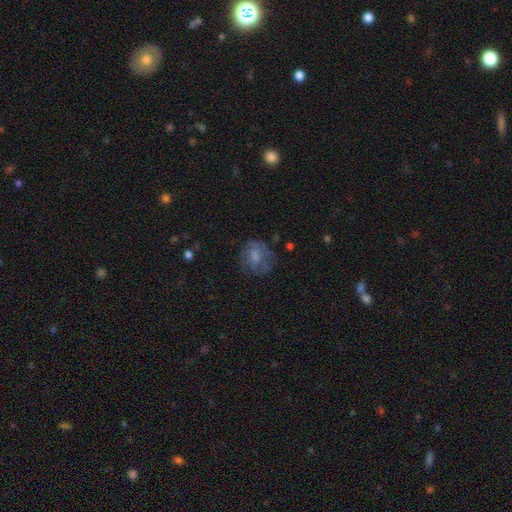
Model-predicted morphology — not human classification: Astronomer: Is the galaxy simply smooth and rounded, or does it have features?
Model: smooth — 52% (runner-up: featured or disk, 38%).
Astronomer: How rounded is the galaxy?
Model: round — 65%.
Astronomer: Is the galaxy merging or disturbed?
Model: none — 59%.